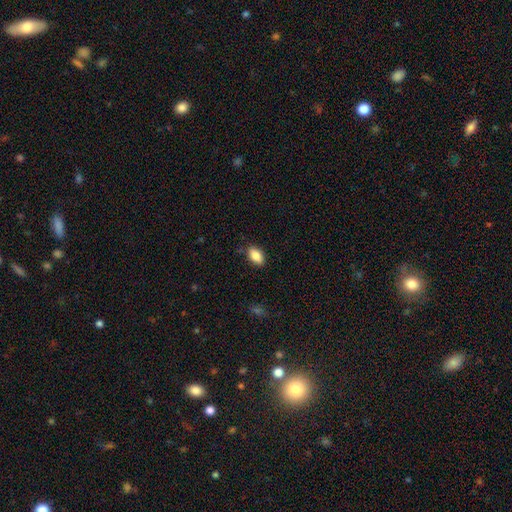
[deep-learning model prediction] Morphology: type=smooth (84%); roundness=in between (91%); merging=none (83%).